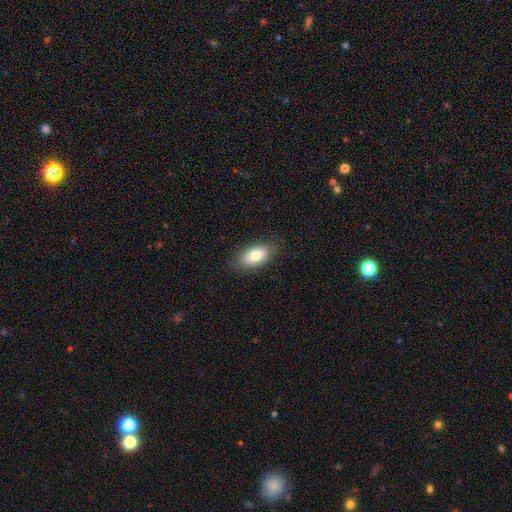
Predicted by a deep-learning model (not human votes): Smooth or featured?
  - smooth: 79% *
  - featured or disk: 13%
  - star or artifact: 7%
How rounded?
  - in between: 91% *
  - round: 5%
  - cigar-shaped: 4%
Merging?
  - none: 83% *
  - minor disturbance: 13%
  - major disturbance: 3%
  - merger: 1%